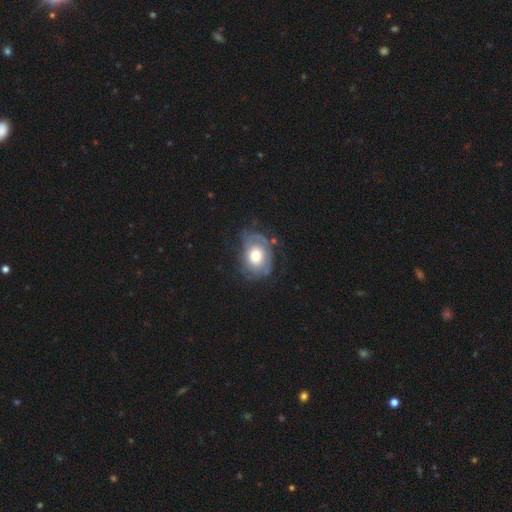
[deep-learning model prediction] This appears to be a featured or disk galaxy (62%) with no bar (84%), spiral arms (74%) and a moderate central bulge (54%). Merging: none (57%).